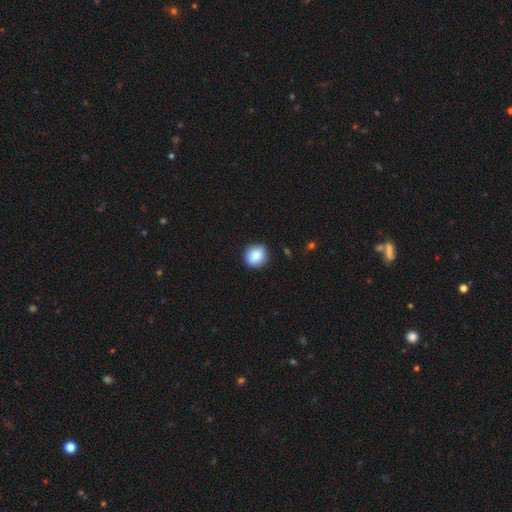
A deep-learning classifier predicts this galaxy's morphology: smooth_or_featured: smooth (p=0.88) [alt: star or artifact p=0.08]
how_rounded: round (p=0.78) [alt: in between p=0.21]
merging: none (p=0.87) [alt: minor disturbance p=0.10]